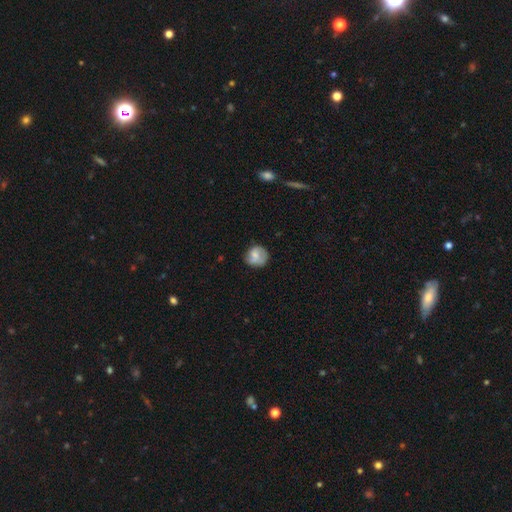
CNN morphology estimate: Smooth or featured? smooth (66%)
How rounded? round (81%)
Merging? none (61%)